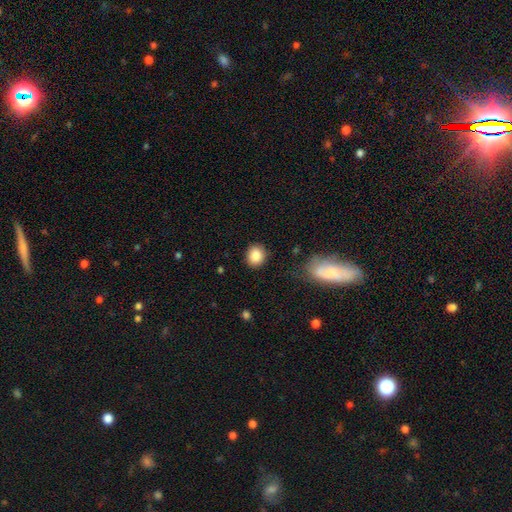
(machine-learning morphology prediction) smooth-or-featured: smooth: 86% | star or artifact: 9% | featured or disk: 5%
  how-rounded: round: 76% | in between: 23% | cigar-shaped: 1%
  merging: none: 87% | minor disturbance: 8% | major disturbance: 3% | merger: 2%